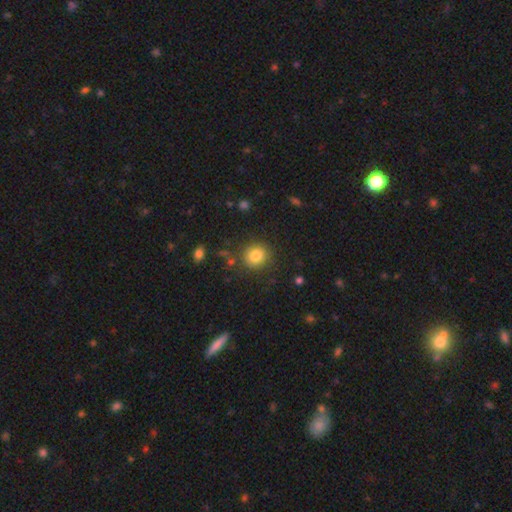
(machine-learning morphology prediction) type=smooth (82%); roundness=round (86%); merging=none (86%).